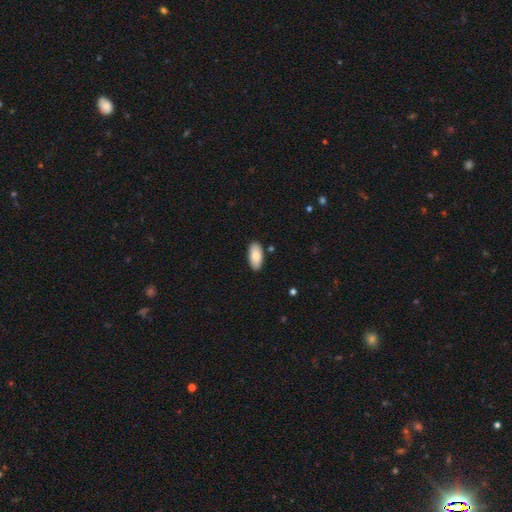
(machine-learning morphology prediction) Overall: smooth (86%). How rounded: in between (92%). Merging: none (87%).